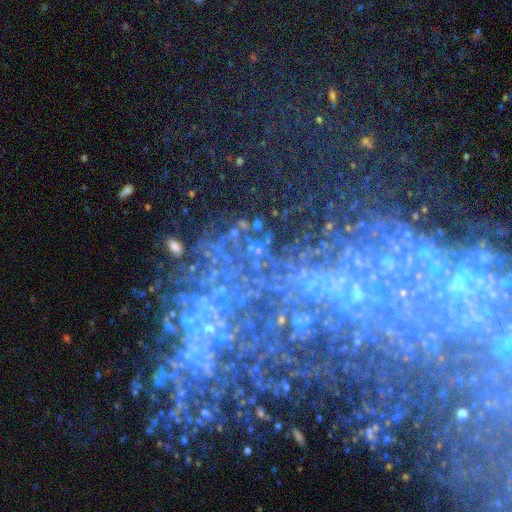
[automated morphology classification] This is possibly a star or artifact rather than a galaxy (56%).